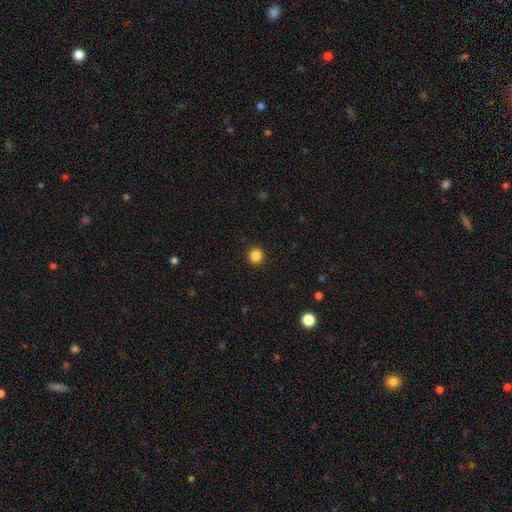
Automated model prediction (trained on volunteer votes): This appears to be a smooth galaxy with no disk features (85%) that is round (93%). Merging: none (92%).